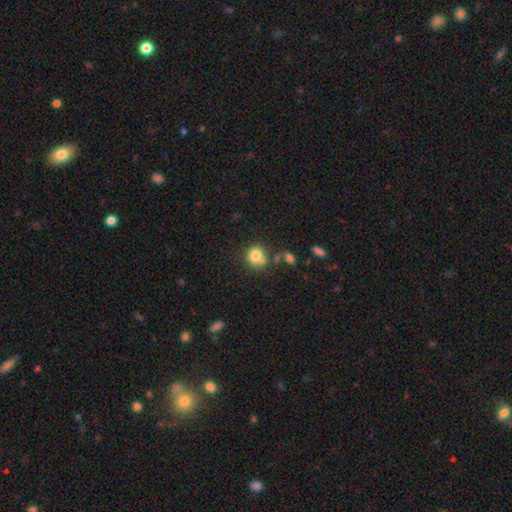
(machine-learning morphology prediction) Smooth or featured: smooth — 80% (star or artifact — 11%)
How rounded: round — 78% (in between — 21%)
Merging: none — 57% (merger — 20%)